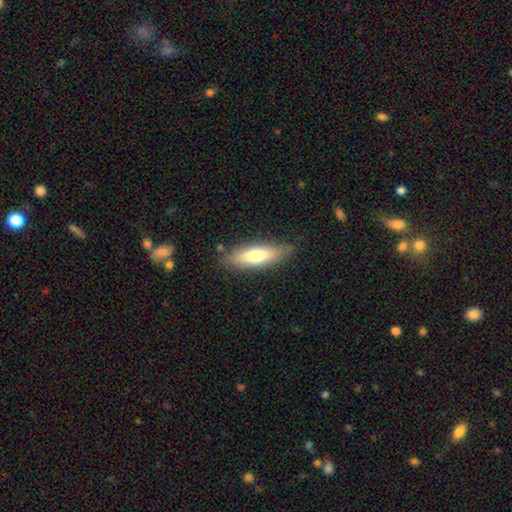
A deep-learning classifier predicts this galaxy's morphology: Smooth or featured?
  - smooth: 67% *
  - featured or disk: 27%
  - star or artifact: 6%
How rounded?
  - cigar-shaped: 52% *
  - in between: 46%
  - round: 2%
Merging?
  - none: 81% *
  - minor disturbance: 14%
  - major disturbance: 3%
  - merger: 2%